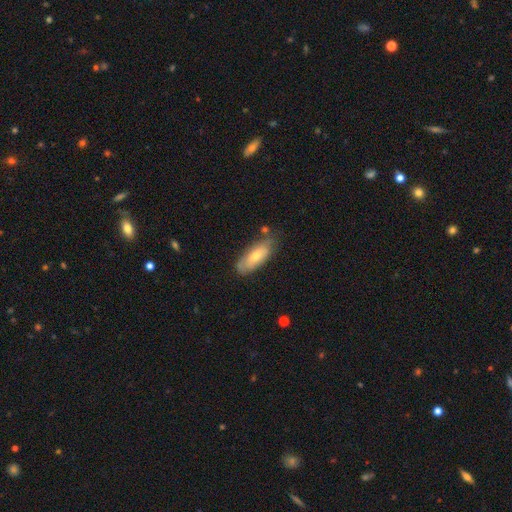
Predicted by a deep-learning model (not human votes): Q: Smooth or featured?
A: smooth (59%); runner-up: featured or disk (34%)
Q: How rounded?
A: in between (70%); runner-up: cigar-shaped (28%)
Q: Merging?
A: none (72%); runner-up: minor disturbance (21%)